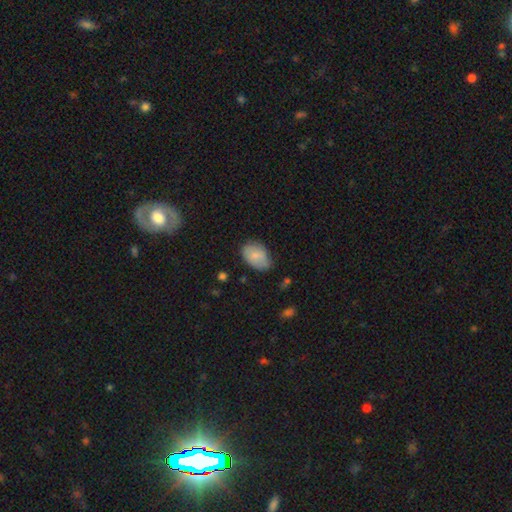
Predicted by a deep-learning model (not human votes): Smooth or featured?
  - smooth: 83% *
  - featured or disk: 10%
  - star or artifact: 7%
How rounded?
  - in between: 89% *
  - round: 9%
  - cigar-shaped: 1%
Merging?
  - none: 68% *
  - minor disturbance: 26%
  - major disturbance: 5%
  - merger: 2%